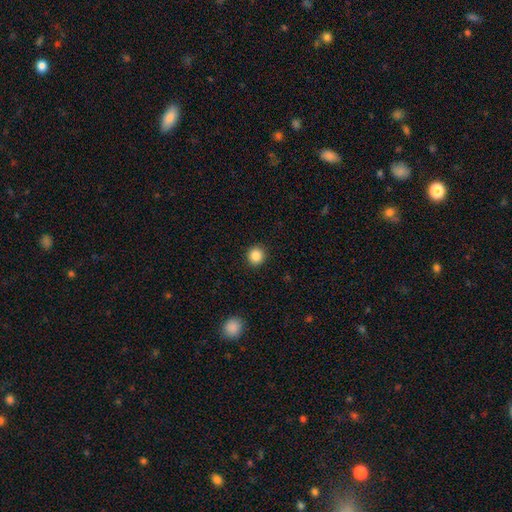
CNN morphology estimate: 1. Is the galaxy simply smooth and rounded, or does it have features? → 86% smooth, 10% star or artifact, 4% featured or disk.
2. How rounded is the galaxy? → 89% round, 10% in between, 1% cigar-shaped.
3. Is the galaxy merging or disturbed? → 92% none, 5% minor disturbance, 2% major disturbance, 1% merger.